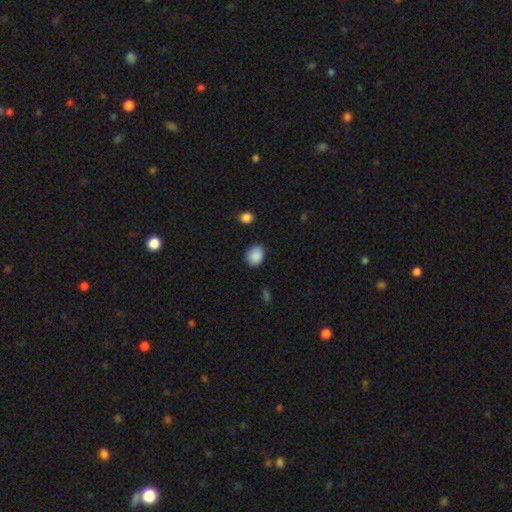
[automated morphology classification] Smooth or featured: smooth — 88% (star or artifact — 8%)
How rounded: round — 50% (in between — 49%)
Merging: none — 80% (minor disturbance — 15%)